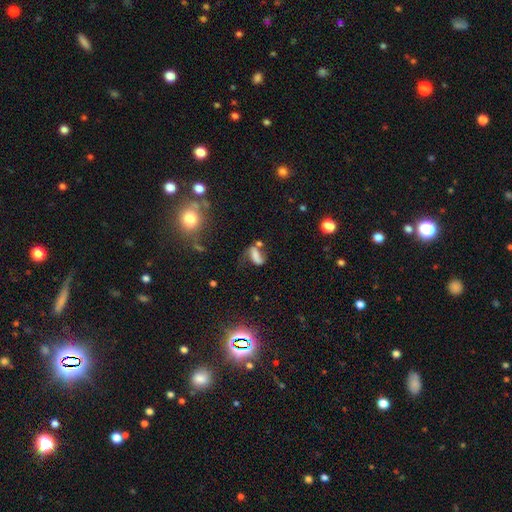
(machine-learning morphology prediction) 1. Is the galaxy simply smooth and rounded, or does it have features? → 47% featured or disk, 36% smooth, 17% star or artifact.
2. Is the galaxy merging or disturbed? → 34% none, 26% major disturbance, 20% minor disturbance, 20% merger.